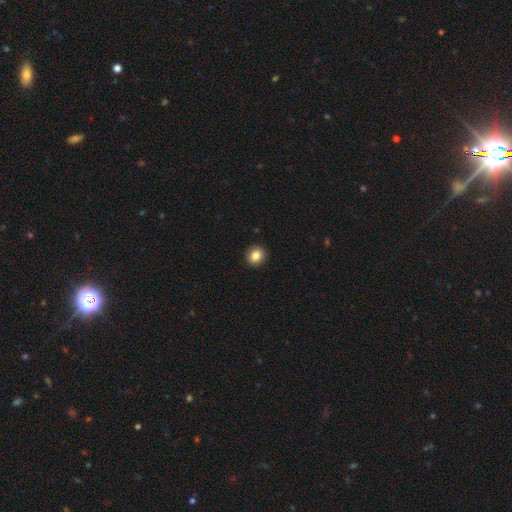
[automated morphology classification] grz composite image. It shows a smooth galaxy with no disk features (85%) that is round (83%). Merging: none (92%).